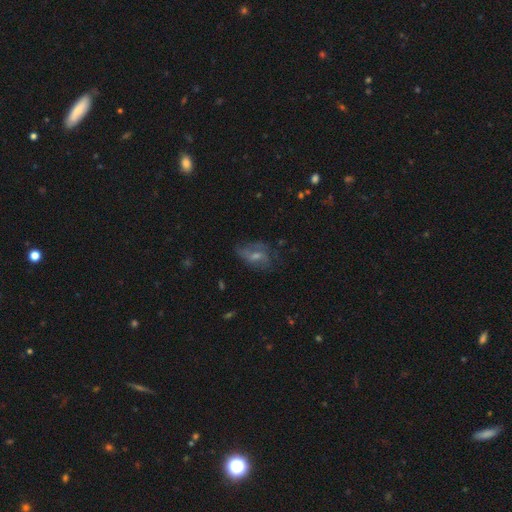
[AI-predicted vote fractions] Overall: featured or disk (54%; smooth 28%). Edge-on disk: no (93%). Bar: no (49%; weak 41%). Spiral arms: yes (72%). Bulge size: moderate (45%; small 41%). Merging: none (61%; minor disturbance 22%).